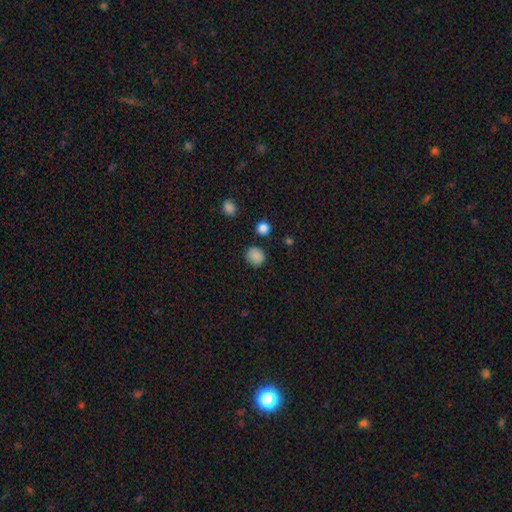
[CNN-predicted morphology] Smooth or featured?
  - smooth: 86% *
  - star or artifact: 10%
  - featured or disk: 4%
How rounded?
  - round: 81% *
  - in between: 18%
  - cigar-shaped: 1%
Merging?
  - none: 83% *
  - minor disturbance: 12%
  - major disturbance: 3%
  - merger: 2%